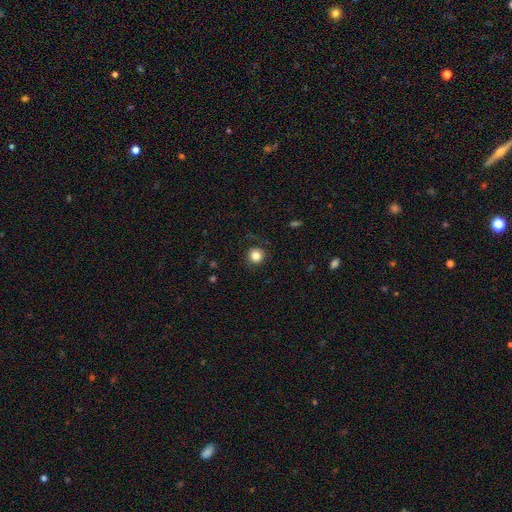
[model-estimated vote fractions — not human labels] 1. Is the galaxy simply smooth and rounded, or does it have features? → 83% smooth, 11% star or artifact, 6% featured or disk.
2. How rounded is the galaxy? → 94% round, 5% in between, 1% cigar-shaped.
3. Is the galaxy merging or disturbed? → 87% none, 8% minor disturbance, 4% major disturbance, 1% merger.